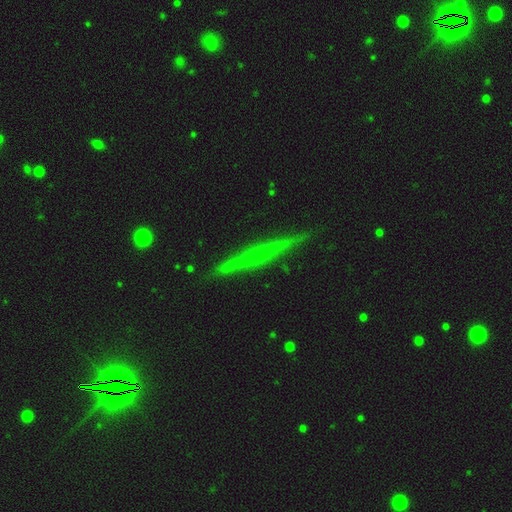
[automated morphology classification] Smooth or featured: featured or disk — 52% (smooth — 38%)
Edge-on disk: yes — 97% (no — 3%)
Edge-on bulge: none — 84% (rounded — 10%)
Merging: none — 90% (minor disturbance — 7%)